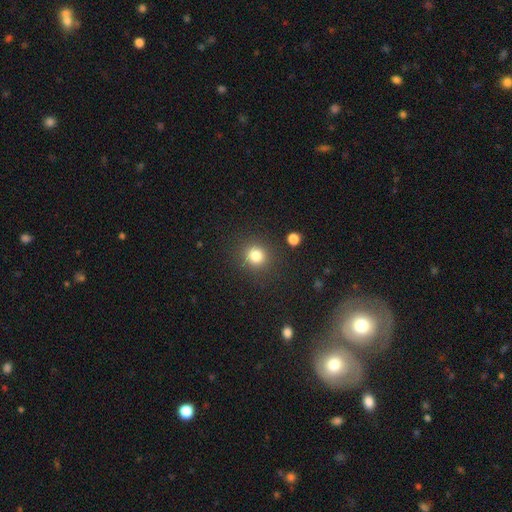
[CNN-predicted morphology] A smooth galaxy with no disk features (81%) that is round (89%).

Vote fractions:
- Smooth or featured? smooth: 81% / star or artifact: 13% / featured or disk: 6%
- How rounded? round: 89% / in between: 10% / cigar-shaped: 1%
- Merging? none: 87% / minor disturbance: 7% / major disturbance: 3% / merger: 2%